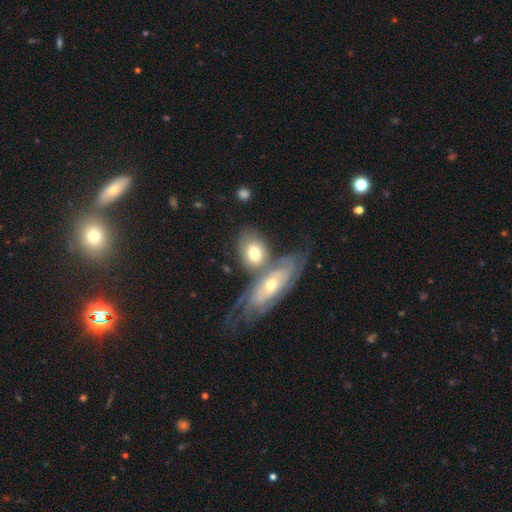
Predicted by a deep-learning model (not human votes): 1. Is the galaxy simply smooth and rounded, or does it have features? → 61% featured or disk, 32% smooth, 7% star or artifact.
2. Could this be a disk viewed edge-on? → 84% no, 16% yes.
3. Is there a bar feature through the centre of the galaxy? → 75% no, 19% weak, 6% strong.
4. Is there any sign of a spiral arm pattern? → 76% yes, 24% no.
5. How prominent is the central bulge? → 57% moderate, 33% small, 7% large, 1% dominant, 1% none.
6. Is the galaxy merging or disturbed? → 45% none, 35% merger, 14% minor disturbance, 6% major disturbance.